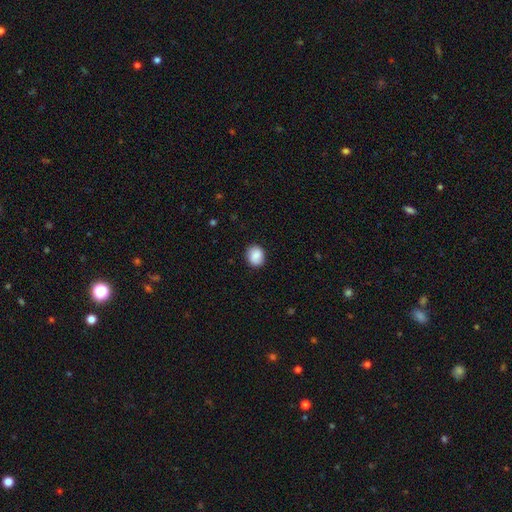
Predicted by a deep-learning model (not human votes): This is clearly a smooth galaxy (85%). How rounded: likely round (68%). Merging: clearly none (87%).